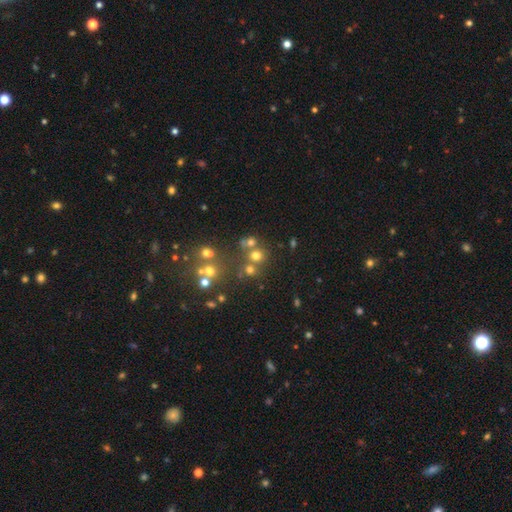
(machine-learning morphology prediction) Overall: smooth (64%). How rounded: round (89%). Merging: none (64%).